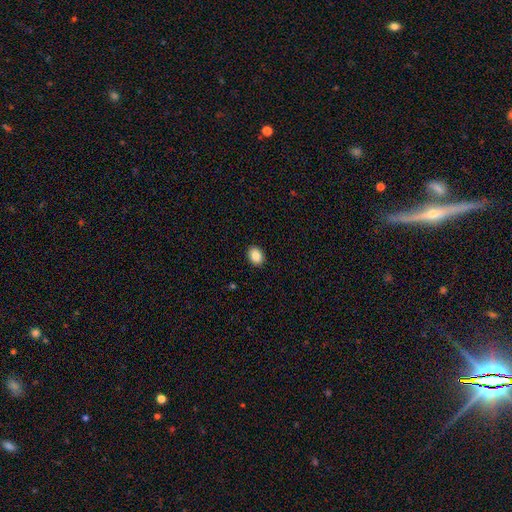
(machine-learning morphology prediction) Q: Smooth or featured?
A: smooth (87%); runner-up: star or artifact (8%)
Q: How rounded?
A: in between (70%); runner-up: round (29%)
Q: Merging?
A: none (91%); runner-up: minor disturbance (7%)